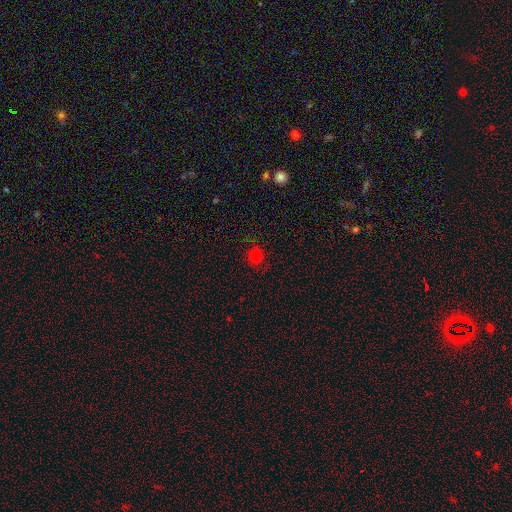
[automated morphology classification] Overall: smooth (76%). How rounded: round (89%). Merging: none (81%).